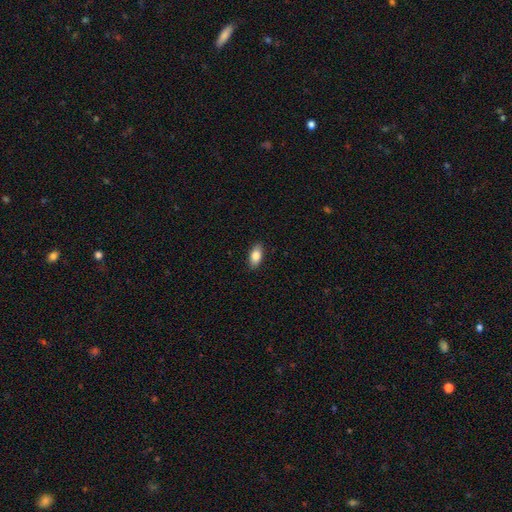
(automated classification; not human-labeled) Morphology: type=smooth (85%); roundness=in between (90%); merging=none (88%).